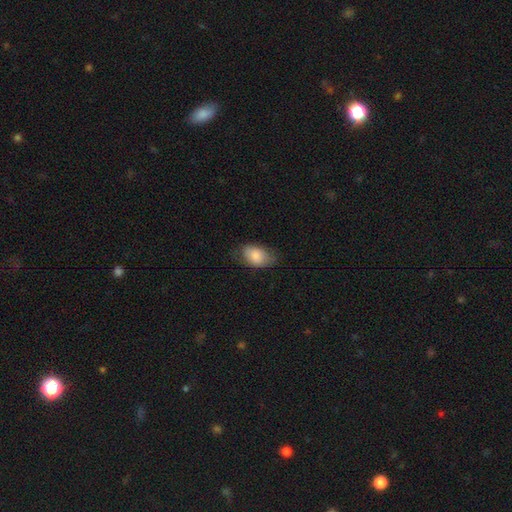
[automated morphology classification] This is clearly a smooth galaxy (80%). How rounded: clearly in between (88%). Merging: likely none (65%).